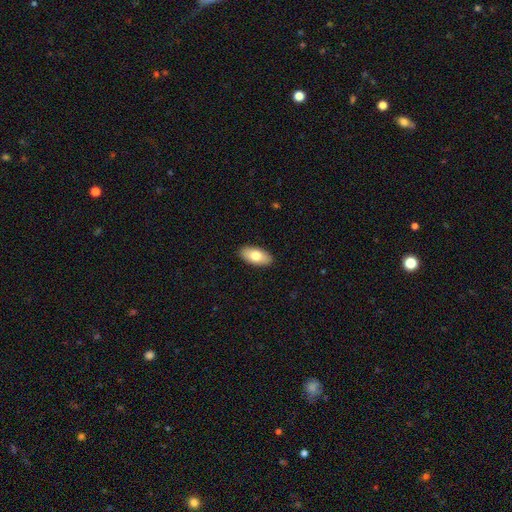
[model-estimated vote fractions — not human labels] Smooth or featured?
  - smooth: 77% *
  - featured or disk: 17%
  - star or artifact: 6%
How rounded?
  - in between: 93% *
  - cigar-shaped: 4%
  - round: 3%
Merging?
  - none: 90% *
  - minor disturbance: 7%
  - major disturbance: 2%
  - merger: 1%